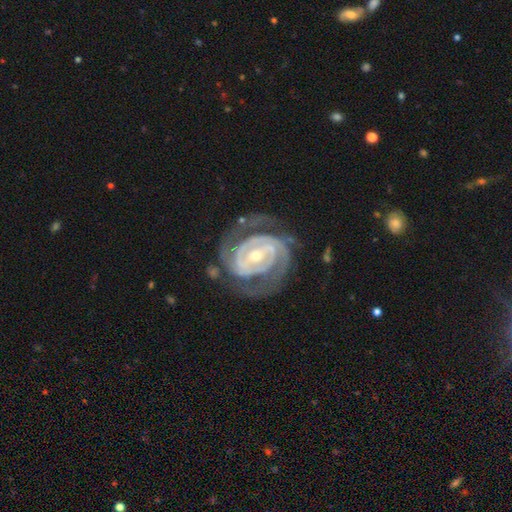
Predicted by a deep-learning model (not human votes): Overall: featured or disk (93%). Edge-on disk: no (97%). Bar: strong (40%; weak 37%). Spiral arms: yes (98%). Spiral arm count: 2 (69%). Spiral winding: tight (75%). Bulge size: small (57%; moderate 40%). Merging: none (71%).